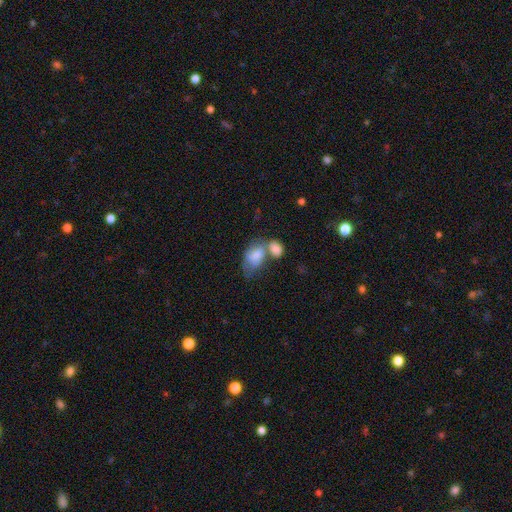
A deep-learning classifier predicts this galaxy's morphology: Q: Smooth or featured?
A: smooth (75%); runner-up: featured or disk (18%)
Q: How rounded?
A: in between (84%); runner-up: round (14%)
Q: Merging?
A: merger (61%); runner-up: none (16%)